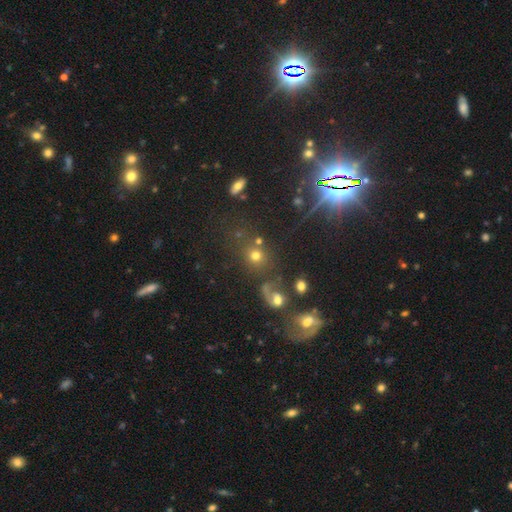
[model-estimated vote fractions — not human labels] Morphology: type=smooth (67%); roundness=round (81%); merging=none (62%).